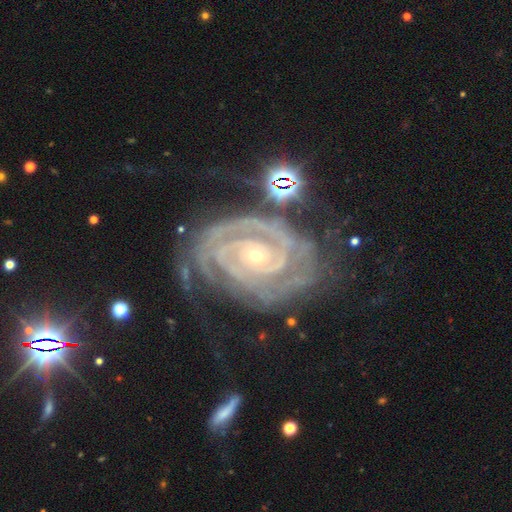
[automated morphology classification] smooth_or_featured: featured or disk (p=0.92) [alt: star or artifact p=0.05]
disk_edge_on: no (p=0.97) [alt: yes p=0.03]
bar: no (p=0.68) [alt: weak p=0.19]
has_spiral_arms: yes (p=0.98) [alt: no p=0.02]
spiral_winding: tight (p=0.85) [alt: medium p=0.13]
spiral_arm_count: 2 (p=0.45) [alt: 3 p=0.20]
bulge_size: small (p=0.79) [alt: moderate p=0.18]
merging: none (p=0.63) [alt: minor disturbance p=0.22]